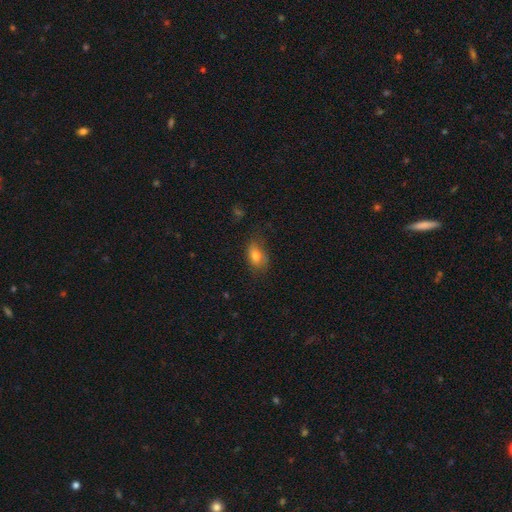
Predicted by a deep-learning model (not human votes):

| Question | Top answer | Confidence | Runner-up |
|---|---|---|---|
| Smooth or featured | smooth | 78% | featured or disk (12%) |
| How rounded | in between | 85% | round (12%) |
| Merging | none | 66% | minor disturbance (24%) |